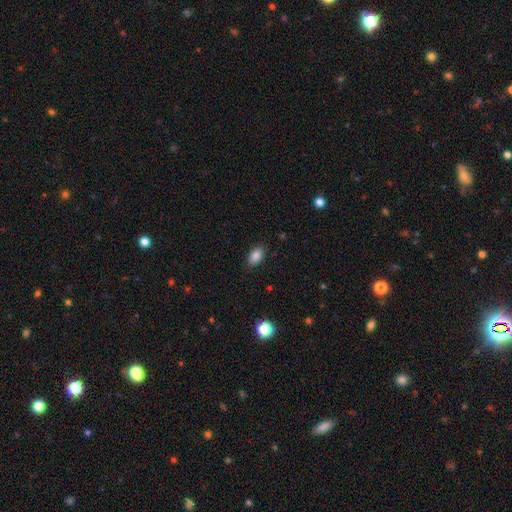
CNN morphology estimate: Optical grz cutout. It shows a smooth galaxy with no disk features (86%) that is in between round and cigar-shaped (91%). Merging: none (85%).